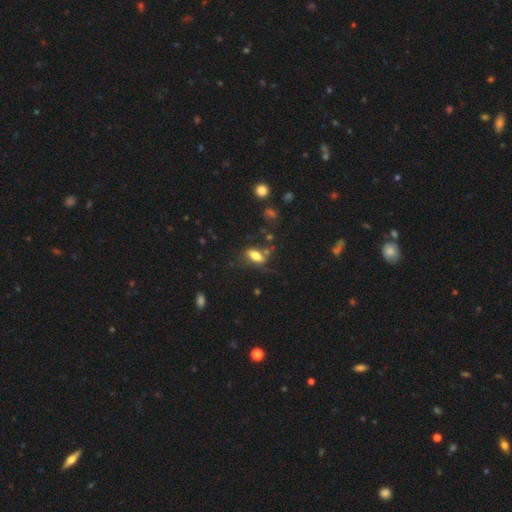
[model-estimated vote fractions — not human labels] Smooth or featured? Predicted: smooth (p=0.71). How rounded? Predicted: in between (p=0.82). Merging? Predicted: none (p=0.55).